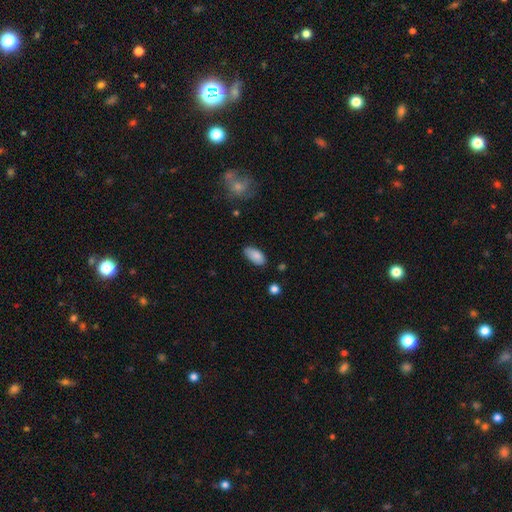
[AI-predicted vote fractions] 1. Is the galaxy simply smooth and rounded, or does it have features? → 86% smooth, 7% star or artifact, 7% featured or disk.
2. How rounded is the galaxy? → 92% in between, 5% cigar-shaped, 2% round.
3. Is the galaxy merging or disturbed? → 79% none, 17% minor disturbance, 3% major disturbance, 2% merger.